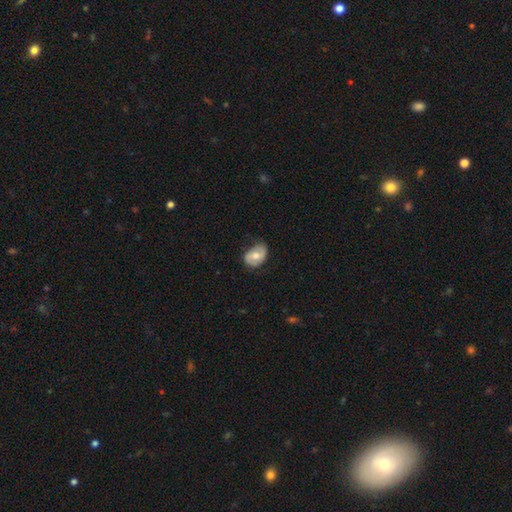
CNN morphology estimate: A smooth galaxy with no disk features (56%) that is in between round and cigar-shaped (77%).

Vote fractions:
- Smooth or featured? smooth: 56% / featured or disk: 37% / star or artifact: 7%
- How rounded? in between: 77% / round: 22% / cigar-shaped: 1%
- Merging? none: 61% / minor disturbance: 30% / major disturbance: 7% / merger: 1%